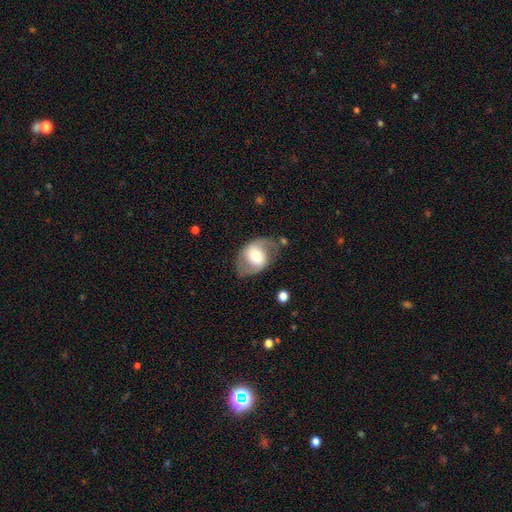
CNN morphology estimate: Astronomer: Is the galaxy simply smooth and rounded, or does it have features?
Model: featured or disk — 56% (runner-up: smooth, 37%).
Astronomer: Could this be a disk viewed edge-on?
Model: no — 95%.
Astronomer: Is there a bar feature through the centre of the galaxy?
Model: no — 48% (runner-up: weak, 33%).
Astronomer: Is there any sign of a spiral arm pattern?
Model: yes — 69%.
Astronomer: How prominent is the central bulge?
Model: moderate — 57%.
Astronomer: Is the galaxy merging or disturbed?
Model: none — 64%.